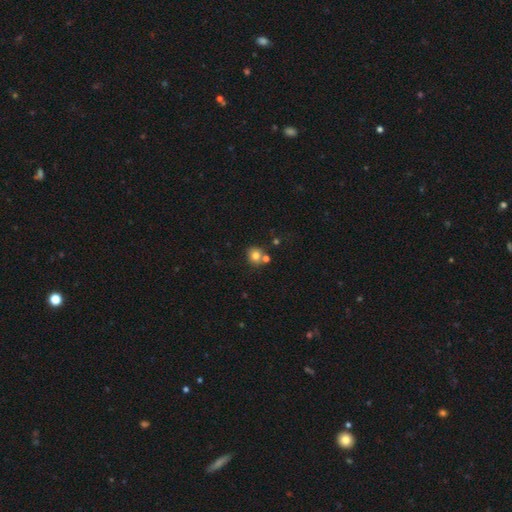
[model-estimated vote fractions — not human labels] Smooth or featured? smooth (77%)
How rounded? round (83%)
Merging? none (63%)